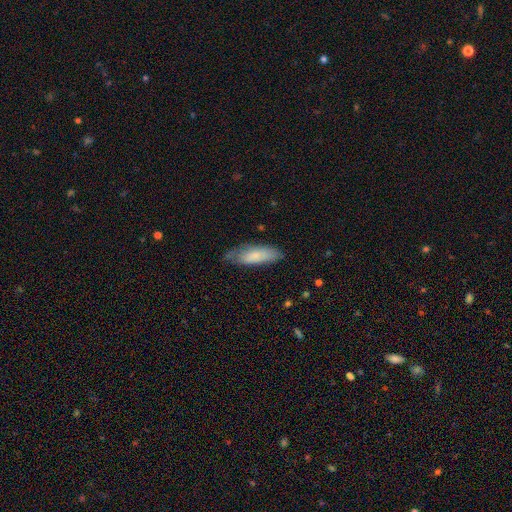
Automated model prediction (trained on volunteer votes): Smooth or featured: smooth — 77% (featured or disk — 17%)
How rounded: in between — 60% (cigar-shaped — 39%)
Merging: none — 62% (minor disturbance — 29%)